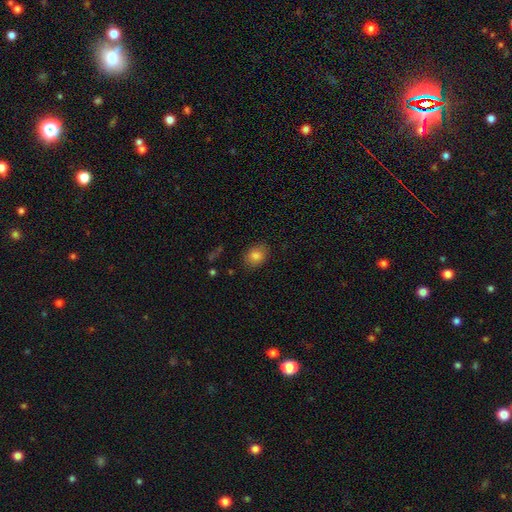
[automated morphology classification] smooth 83%, star or artifact 10%, featured or disk 7%. Down the decision tree: how rounded — in between (61%); merging — none (84%).